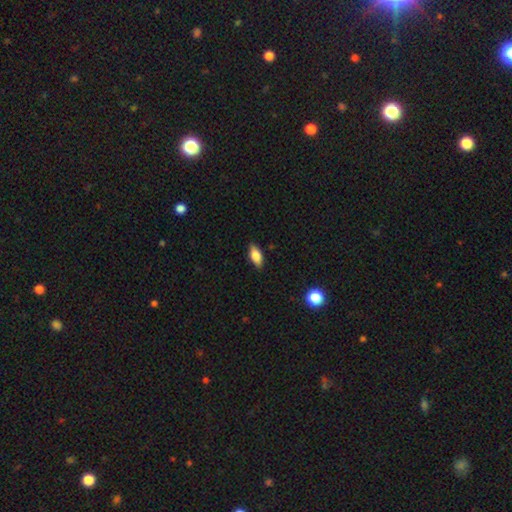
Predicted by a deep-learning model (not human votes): smooth_or_featured: smooth (p=0.75) [alt: featured or disk p=0.17]
how_rounded: in between (p=0.84) [alt: cigar-shaped p=0.13]
merging: none (p=0.86) [alt: minor disturbance p=0.11]